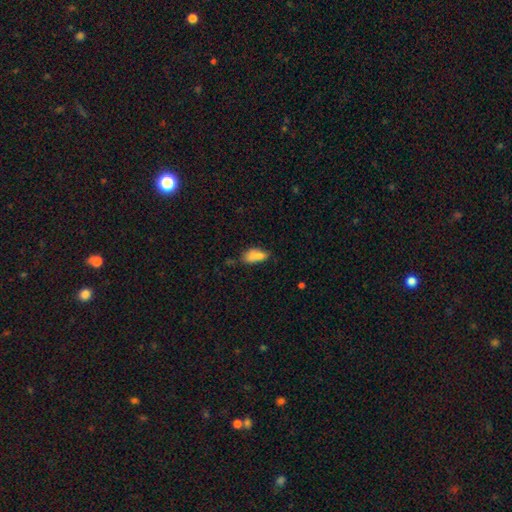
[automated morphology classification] smooth-or-featured: smooth: 71% | featured or disk: 19% | star or artifact: 11%
  how-rounded: in between: 83% | cigar-shaped: 8% | round: 8%
  merging: merger: 36% | none: 33% | minor disturbance: 20% | major disturbance: 11%